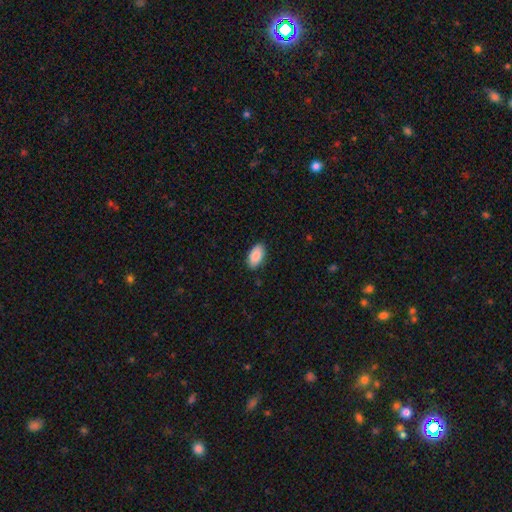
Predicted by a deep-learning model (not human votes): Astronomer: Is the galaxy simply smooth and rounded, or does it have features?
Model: smooth — 89%.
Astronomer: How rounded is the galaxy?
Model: in between — 95%.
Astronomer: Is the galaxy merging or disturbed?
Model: none — 87%.